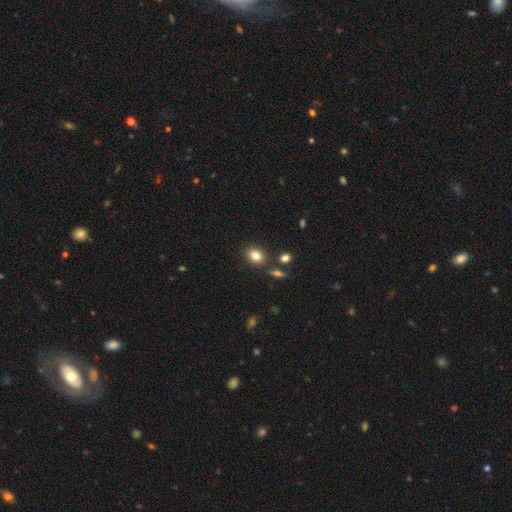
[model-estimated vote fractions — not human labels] Smooth or featured? Predicted: smooth (p=0.82). How rounded? Predicted: in between (p=0.63). Merging? Predicted: none (p=0.80).